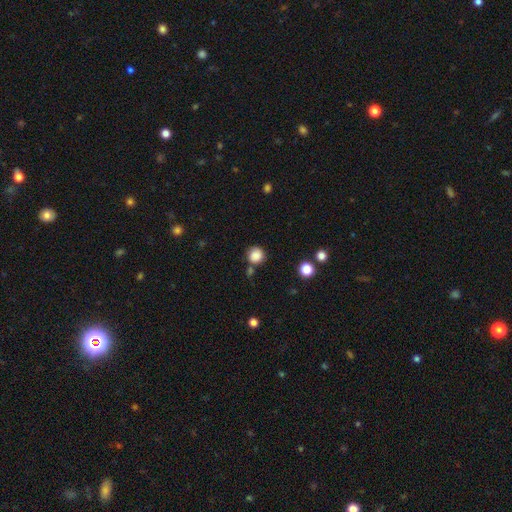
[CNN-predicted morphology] Overall: smooth (86%). How rounded: round (91%). Merging: none (76%).